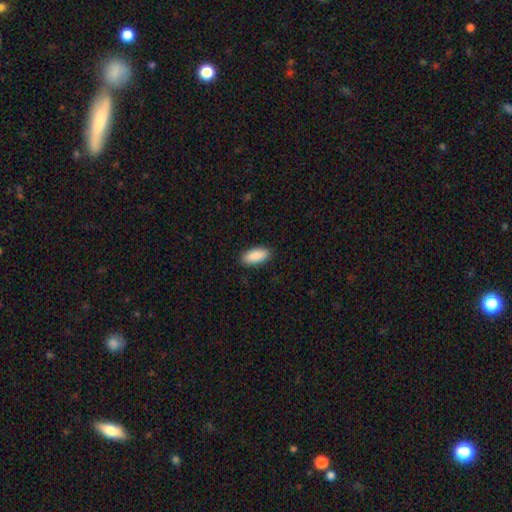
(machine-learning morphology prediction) Smooth or featured: smooth — 90% (star or artifact — 6%)
How rounded: in between — 88% (cigar-shaped — 11%)
Merging: none — 89% (minor disturbance — 8%)